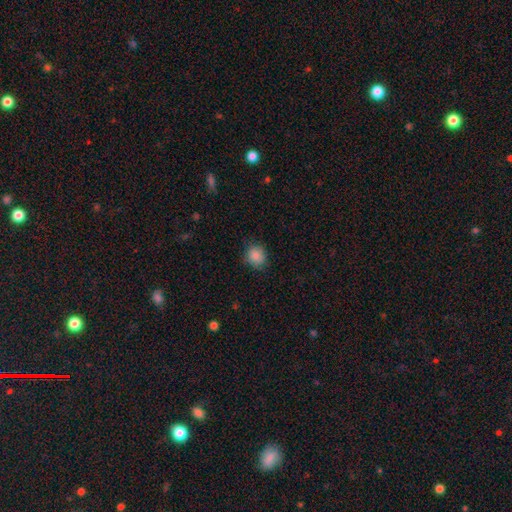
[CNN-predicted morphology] Smooth or featured? smooth (87%)
How rounded? round (77%)
Merging? none (82%)